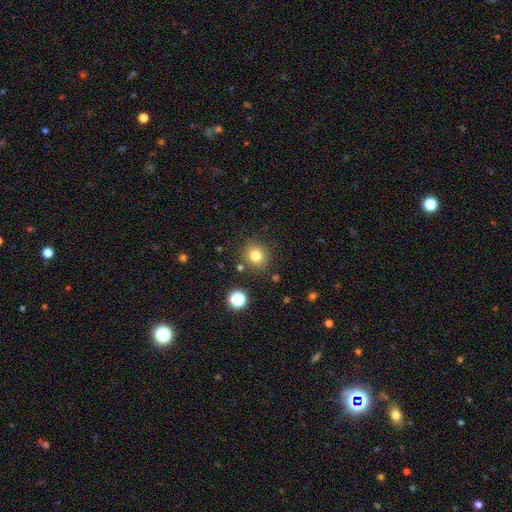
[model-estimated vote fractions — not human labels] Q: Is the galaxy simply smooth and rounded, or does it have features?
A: smooth — 79%.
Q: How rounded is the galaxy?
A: round — 83%.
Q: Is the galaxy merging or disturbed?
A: none — 84%.